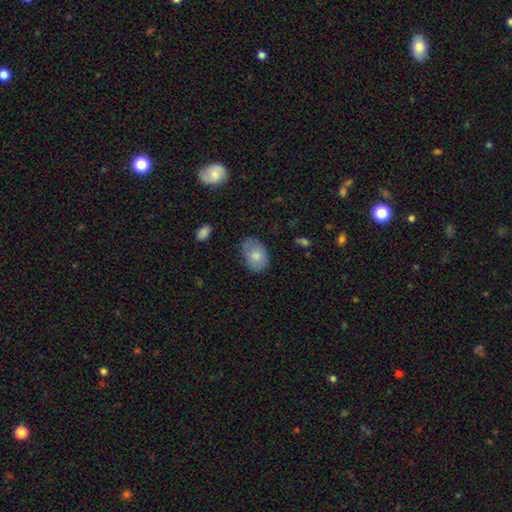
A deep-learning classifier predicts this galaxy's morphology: Smooth or featured? smooth (77%)
How rounded? in between (84%)
Merging? none (72%)